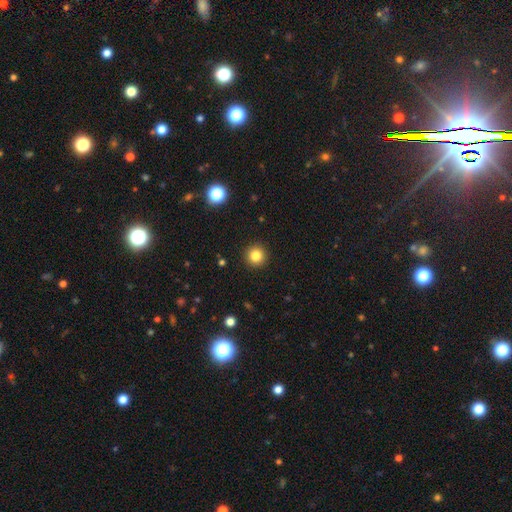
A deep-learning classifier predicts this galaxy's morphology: The model was most divided on "smooth or featured": smooth: 83%, star or artifact: 12%, featured or disk: 5%. More confident: how rounded — round (95%); merging — none (93%).